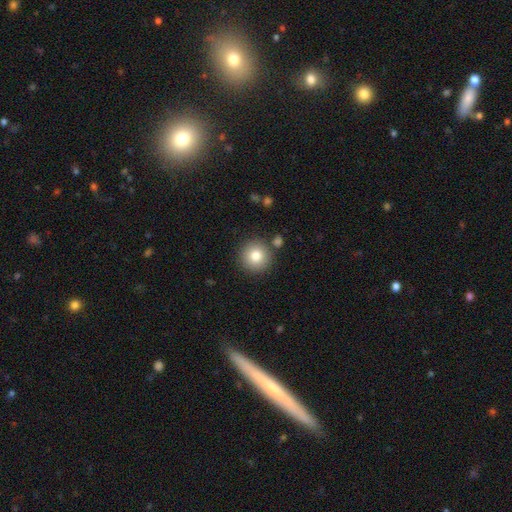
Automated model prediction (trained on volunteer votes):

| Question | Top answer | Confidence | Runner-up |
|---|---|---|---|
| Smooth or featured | smooth | 82% | star or artifact (10%) |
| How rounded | round | 94% | in between (5%) |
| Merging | none | 84% | minor disturbance (8%) |